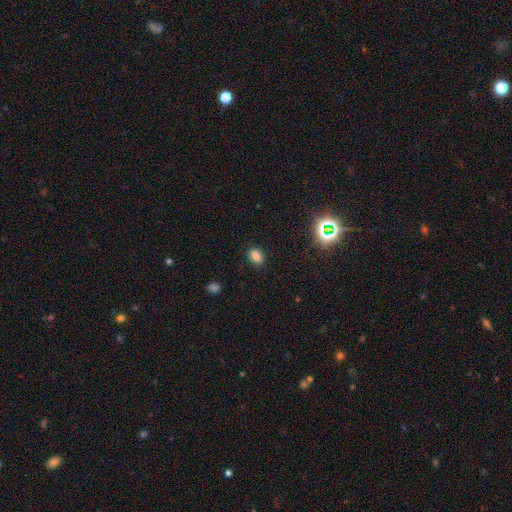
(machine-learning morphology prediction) smooth 80%, star or artifact 15%, featured or disk 5%. Down the decision tree: how rounded — in between (69%); merging — none (87%).